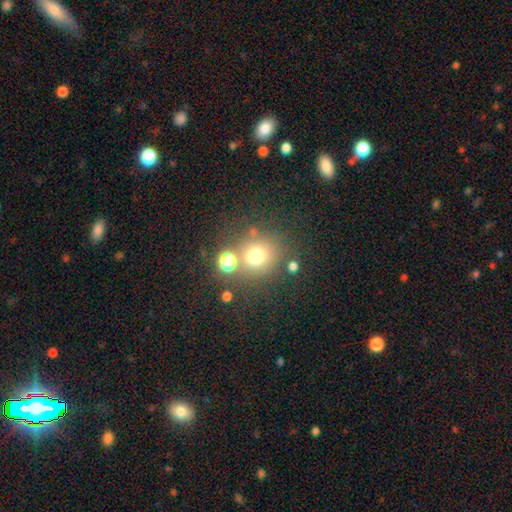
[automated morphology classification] This appears to be a smooth galaxy with no disk features (69%) that is round (88%). Merging: none (70%).